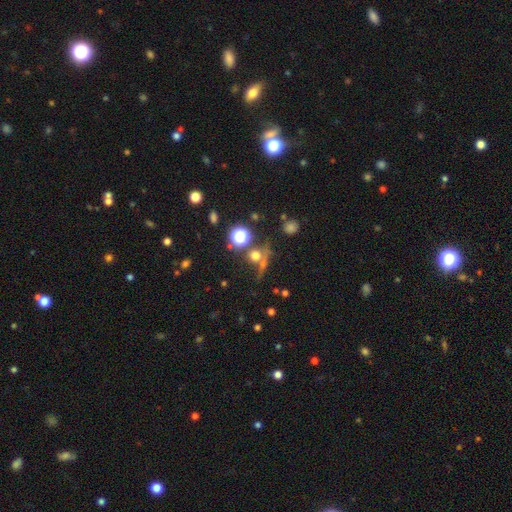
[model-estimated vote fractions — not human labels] Smooth or featured: smooth — 50% (star or artifact — 34%)
How rounded: round — 84% (in between — 11%)
Merging: none — 60% (merger — 21%)